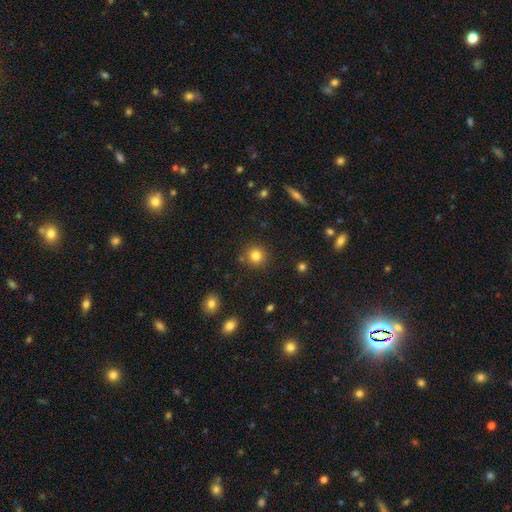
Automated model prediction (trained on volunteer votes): Overall: smooth (82%). How rounded: round (92%). Merging: none (86%).